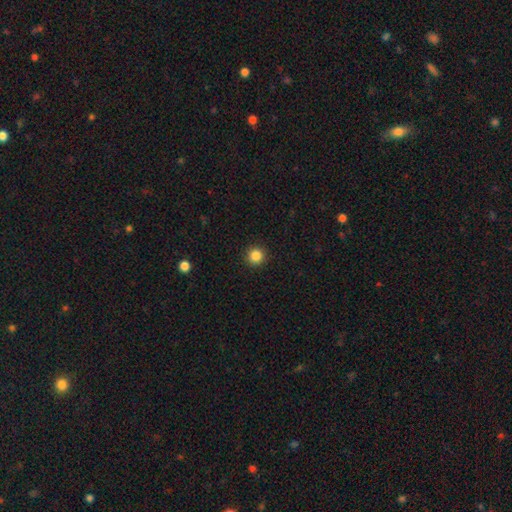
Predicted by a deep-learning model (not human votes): A smooth galaxy with no disk features (86%) that is round (95%).

Vote fractions:
- Smooth or featured? smooth: 86% / star or artifact: 11% / featured or disk: 4%
- How rounded? round: 95% / in between: 4% / cigar-shaped: 1%
- Merging? none: 92% / minor disturbance: 5% / major disturbance: 2% / merger: 1%